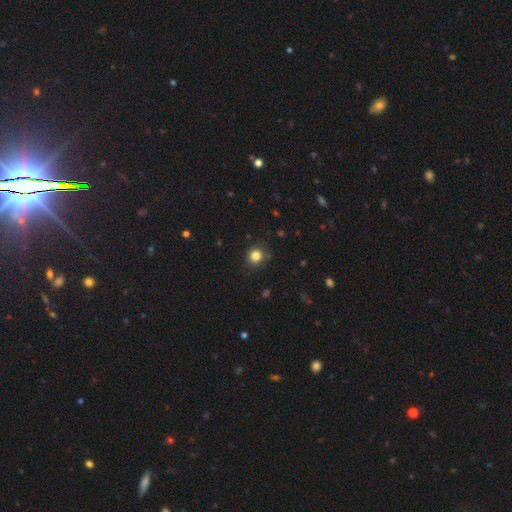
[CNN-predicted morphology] A smooth galaxy with no disk features (83%) that is round (88%).

Vote fractions:
- Smooth or featured? smooth: 83% / star or artifact: 12% / featured or disk: 5%
- How rounded? round: 88% / in between: 11% / cigar-shaped: 1%
- Merging? none: 84% / minor disturbance: 11% / major disturbance: 3% / merger: 1%